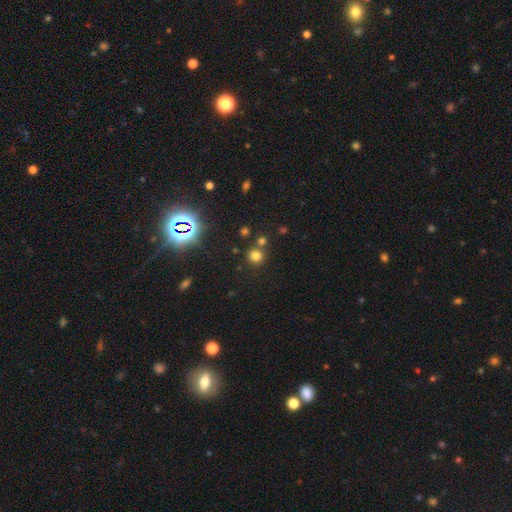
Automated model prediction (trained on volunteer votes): Smooth or featured? Predicted: smooth (p=0.72). How rounded? Predicted: round (p=0.91). Merging? Predicted: none (p=0.75).